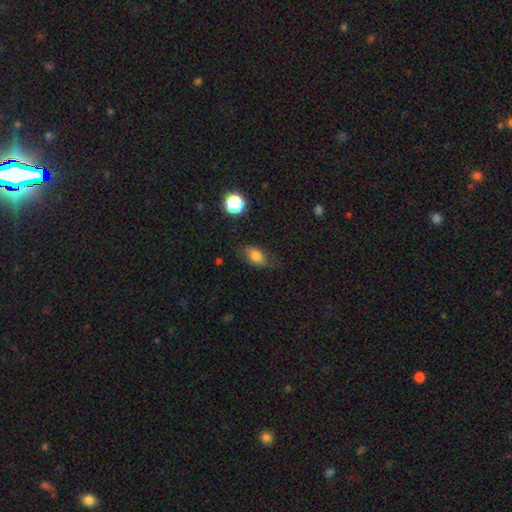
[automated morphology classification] A smooth galaxy with no disk features (76%) that is in between round and cigar-shaped (82%). Merging: none (71%).